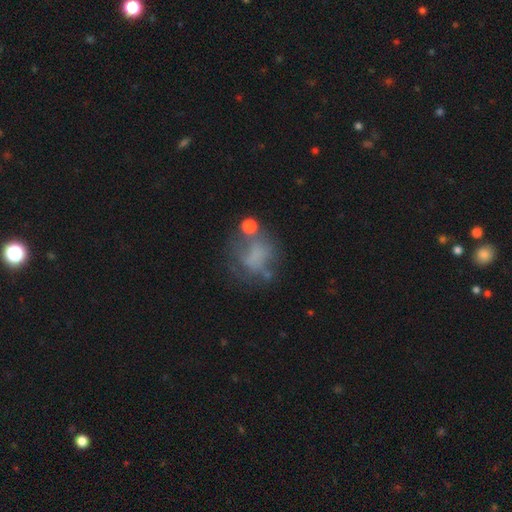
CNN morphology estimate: A smooth galaxy with no disk features (48%). Merging: none (45%).